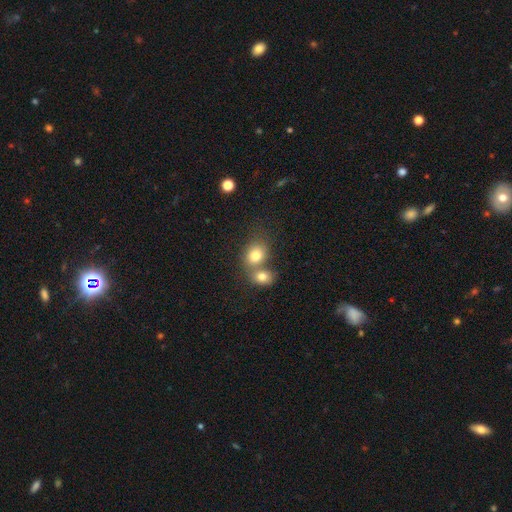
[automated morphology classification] Overall: smooth (77%). How rounded: round (60%; in between 39%). Merging: merger (54%; none 35%).